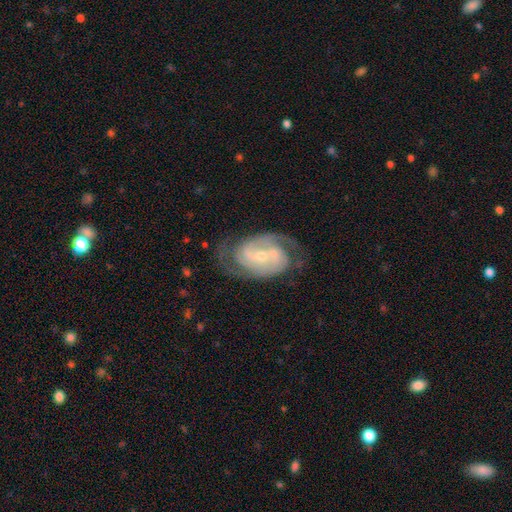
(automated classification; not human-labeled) featured or disk 88%, smooth 7%, star or artifact 5%. Down the decision tree: edge-on disk — no (97%); bar — weak (41%, tied with no); spiral arms — yes (97%); spiral arm count — 2 (77%); spiral winding — tight (50%); bulge size — small (68%); merging — none (72%).